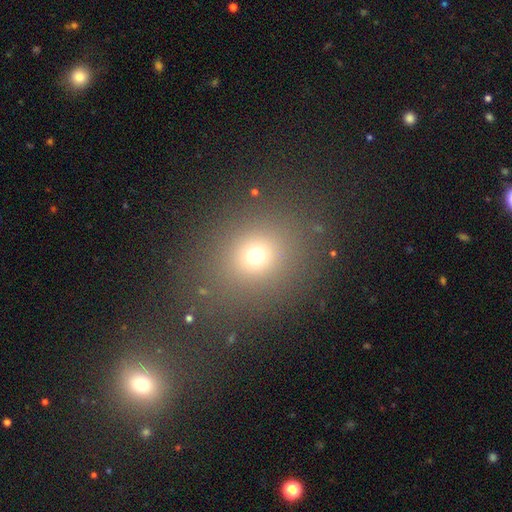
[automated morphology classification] smooth_or_featured: smooth (p=0.68) [alt: star or artifact p=0.23]
how_rounded: round (p=0.78) [alt: in between p=0.20]
merging: none (p=0.83) [alt: minor disturbance p=0.09]